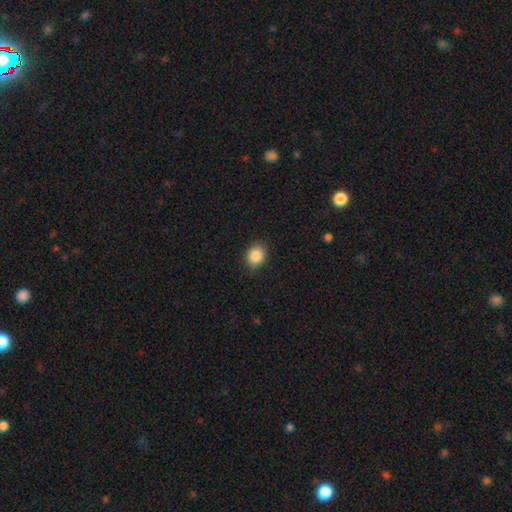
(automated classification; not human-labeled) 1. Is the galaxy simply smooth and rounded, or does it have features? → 88% smooth, 9% star or artifact, 4% featured or disk.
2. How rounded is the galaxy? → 53% in between, 46% round, 1% cigar-shaped.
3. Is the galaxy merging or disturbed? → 88% none, 8% minor disturbance, 2% major disturbance, 1% merger.